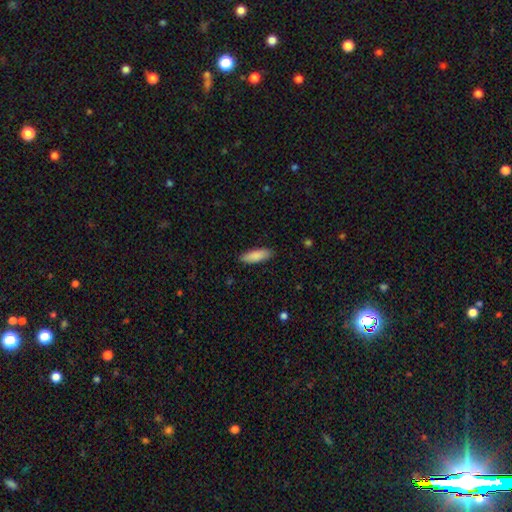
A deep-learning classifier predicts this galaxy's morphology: smooth-or-featured: smooth: 88% | featured or disk: 6% | star or artifact: 6%
  how-rounded: in between: 57% | cigar-shaped: 41% | round: 2%
  merging: none: 88% | minor disturbance: 9% | major disturbance: 2% | merger: 1%